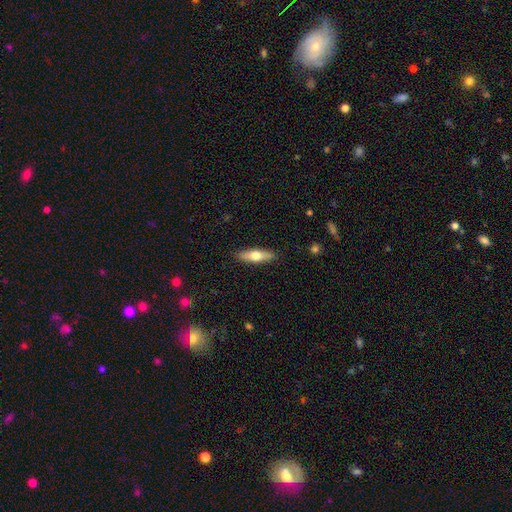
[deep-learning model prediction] Overall: smooth (56%; featured or disk 38%). How rounded: cigar-shaped (61%; in between 36%). Merging: none (90%).